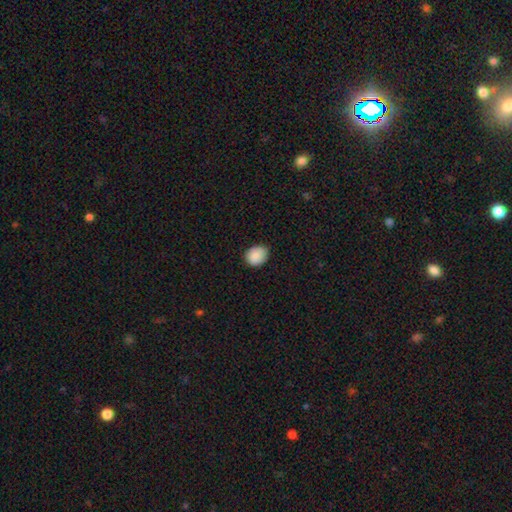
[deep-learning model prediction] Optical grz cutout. It shows a smooth galaxy with no disk features (88%) that is round (57%). Merging: none (76%).